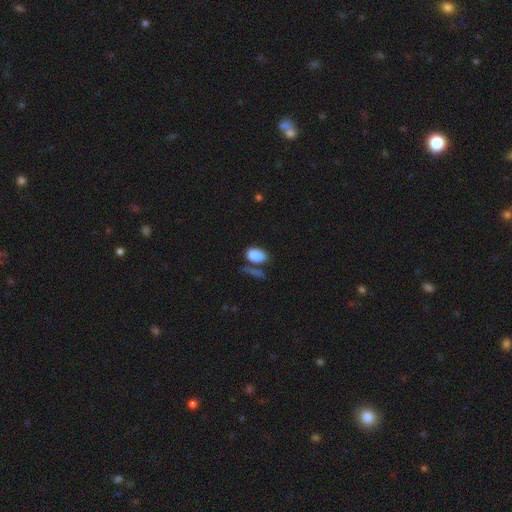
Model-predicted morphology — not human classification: This appears to be a smooth galaxy with no disk features (86%) that is in between round and cigar-shaped (91%). Merging: none (56%).